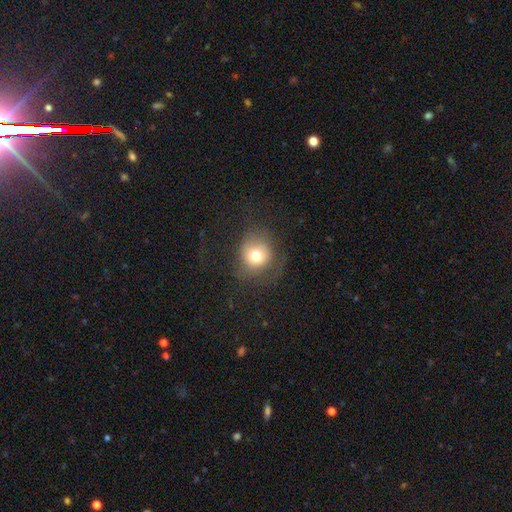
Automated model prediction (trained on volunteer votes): smooth_or_featured: smooth (p=0.70) [alt: featured or disk p=0.16]
how_rounded: round (p=0.82) [alt: in between p=0.17]
merging: none (p=0.61) [alt: minor disturbance p=0.19]